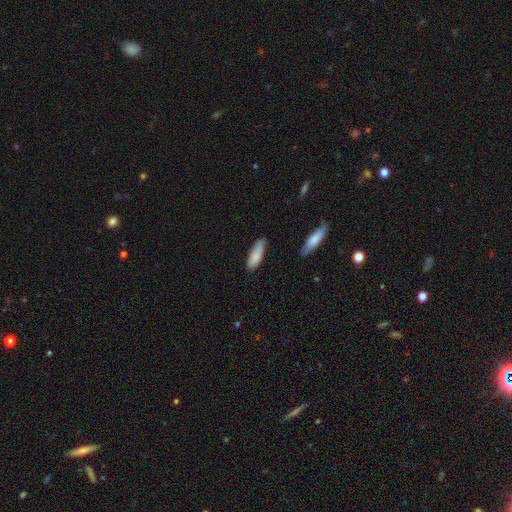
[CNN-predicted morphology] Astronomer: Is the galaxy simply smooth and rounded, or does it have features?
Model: smooth — 84%.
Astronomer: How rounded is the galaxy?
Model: in between — 60% (runner-up: cigar-shaped, 39%).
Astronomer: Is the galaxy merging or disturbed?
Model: none — 73%.